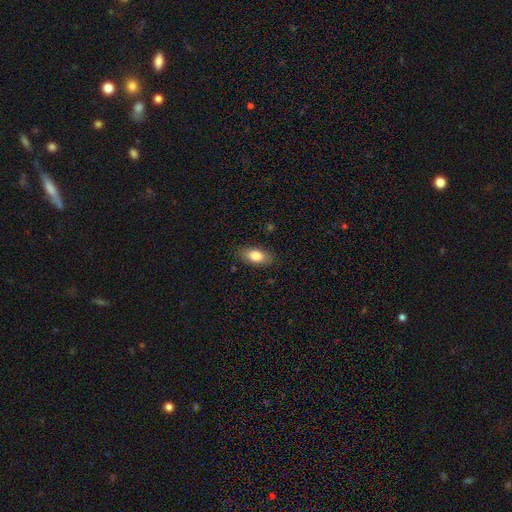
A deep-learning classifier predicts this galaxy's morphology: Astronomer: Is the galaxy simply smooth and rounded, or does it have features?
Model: smooth — 80%.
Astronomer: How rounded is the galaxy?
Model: in between — 87%.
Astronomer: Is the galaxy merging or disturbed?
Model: none — 85%.